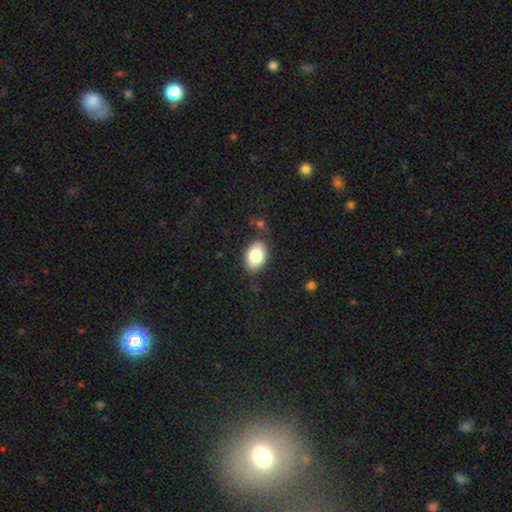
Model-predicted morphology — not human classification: smooth-or-featured: smooth: 82% | featured or disk: 11% | star or artifact: 7%
  how-rounded: in between: 84% | round: 14% | cigar-shaped: 1%
  merging: none: 79% | minor disturbance: 15% | major disturbance: 4% | merger: 3%